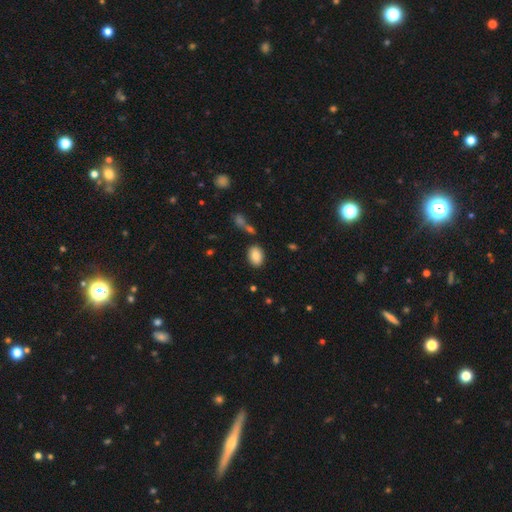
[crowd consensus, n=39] smooth 90%, featured or disk 5%, star or artifact 5%. Down the decision tree: how rounded — in between (83%); merging — none (89%).